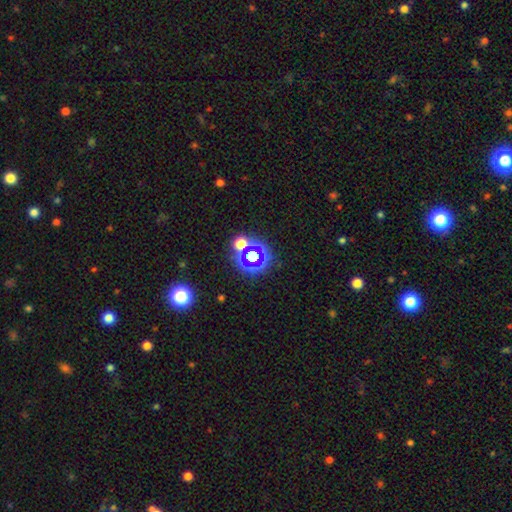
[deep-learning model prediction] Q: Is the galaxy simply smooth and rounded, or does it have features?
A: star or artifact — 55%.